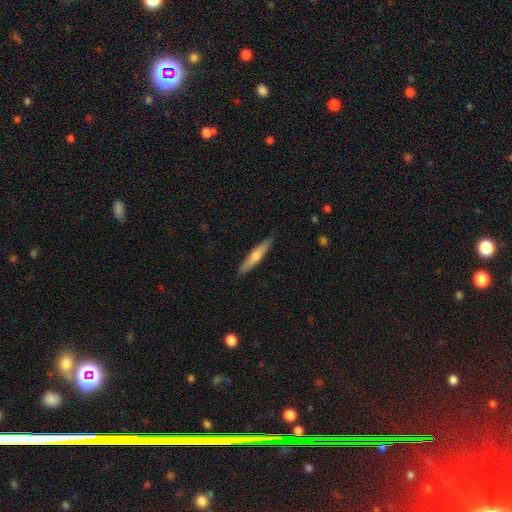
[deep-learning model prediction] Smooth or featured? smooth (61%)
How rounded? cigar-shaped (91%)
Merging? none (89%)